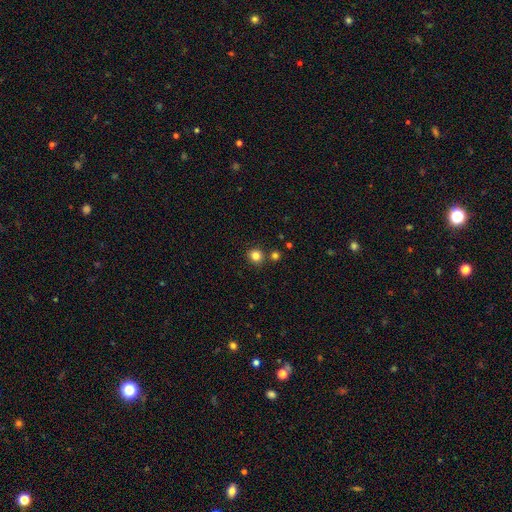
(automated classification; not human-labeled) Smooth or featured: smooth — 82% (star or artifact — 12%)
How rounded: round — 91% (in between — 8%)
Merging: none — 83% (merger — 8%)